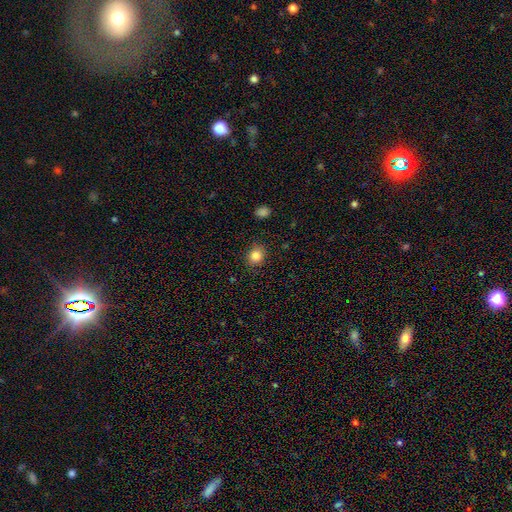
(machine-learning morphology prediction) Smooth or featured? smooth (85%)
How rounded? round (78%)
Merging? none (88%)